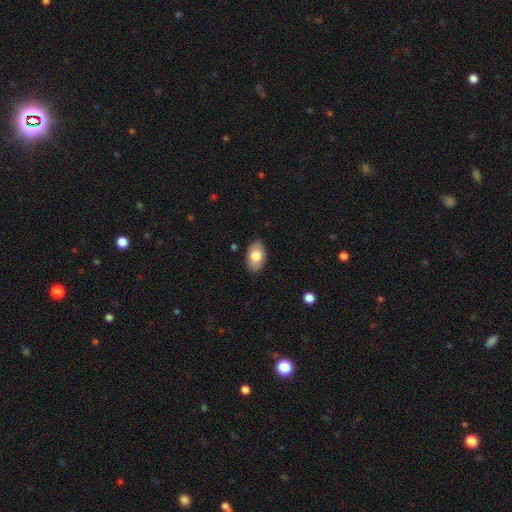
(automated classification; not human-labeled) A smooth galaxy with no disk features (79%) that is in between round and cigar-shaped (92%). Merging: none (87%).